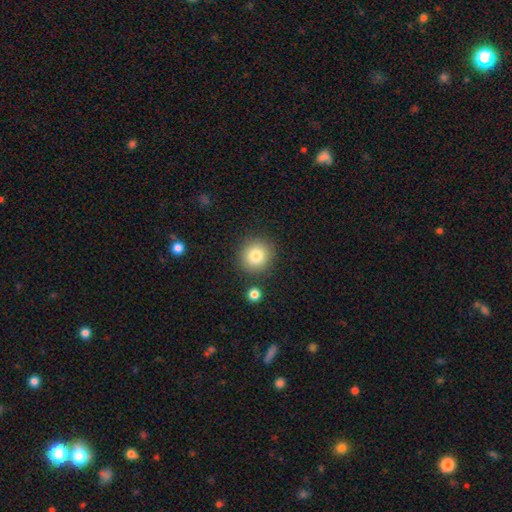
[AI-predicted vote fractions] A smooth galaxy with no disk features (81%) that is round (88%).

Vote fractions:
- Smooth or featured? smooth: 81% / star or artifact: 10% / featured or disk: 8%
- How rounded? round: 88% / in between: 11% / cigar-shaped: 1%
- Merging? none: 85% / minor disturbance: 8% / merger: 5% / major disturbance: 3%